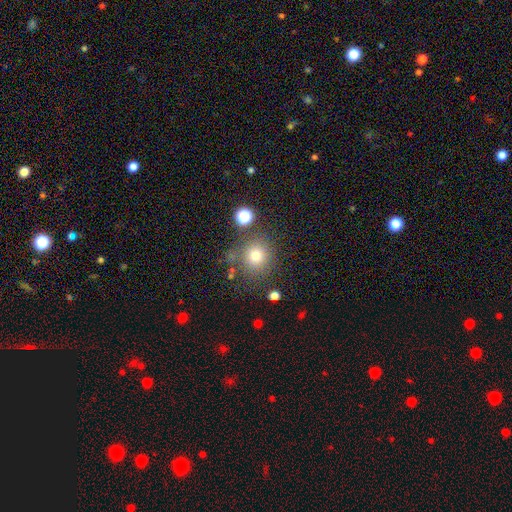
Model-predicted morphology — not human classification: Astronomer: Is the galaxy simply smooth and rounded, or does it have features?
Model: smooth — 77%.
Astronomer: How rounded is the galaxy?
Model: round — 87%.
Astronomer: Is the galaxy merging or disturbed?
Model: none — 77%.